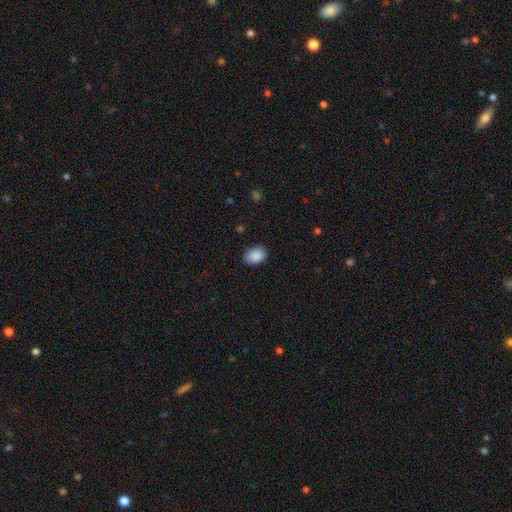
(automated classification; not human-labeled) Smooth or featured? Predicted: smooth (p=0.90). How rounded? Predicted: in between (p=0.76). Merging? Predicted: none (p=0.84).